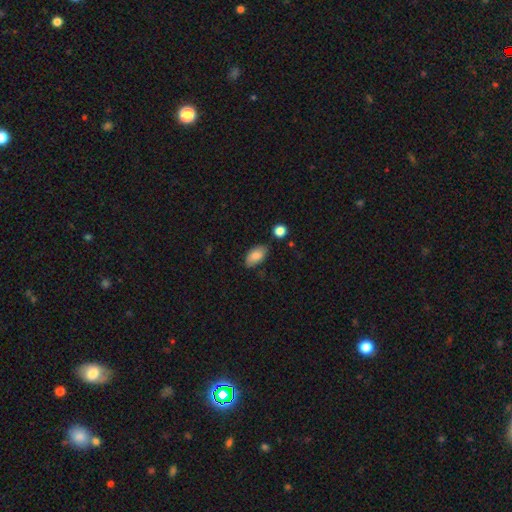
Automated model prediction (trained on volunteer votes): smooth_or_featured: smooth (p=0.84) [alt: featured or disk p=0.09]
how_rounded: in between (p=0.93) [alt: round p=0.04]
merging: none (p=0.75) [alt: minor disturbance p=0.18]